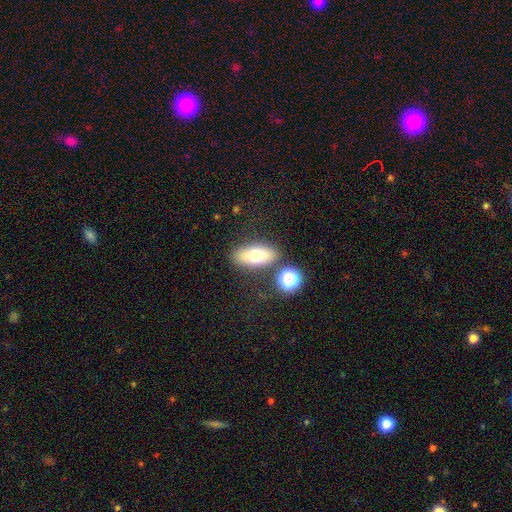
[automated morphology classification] type=smooth (67%); roundness=in between (79%); merging=none (80%).